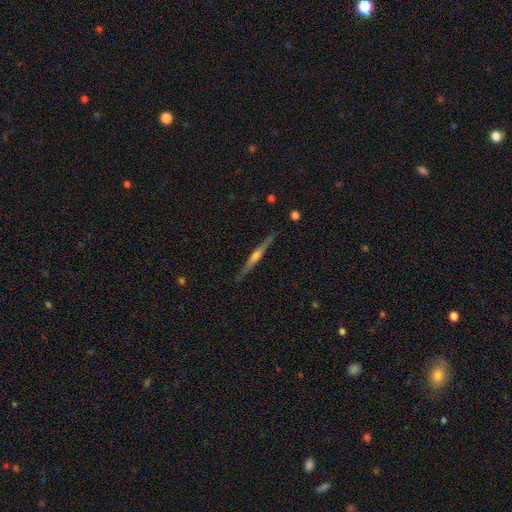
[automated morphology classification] A featured or disk galaxy (79%) viewed edge-on (98%) with a rounded central bulge (82%).

Vote fractions:
- Smooth or featured? featured or disk: 79% / smooth: 16% / star or artifact: 6%
- Edge-on disk? yes: 98% / no: 2%
- Edge-on bulge? rounded: 82% / none: 10% / boxy: 8%
- Merging? none: 90% / minor disturbance: 7% / major disturbance: 1% / merger: 1%